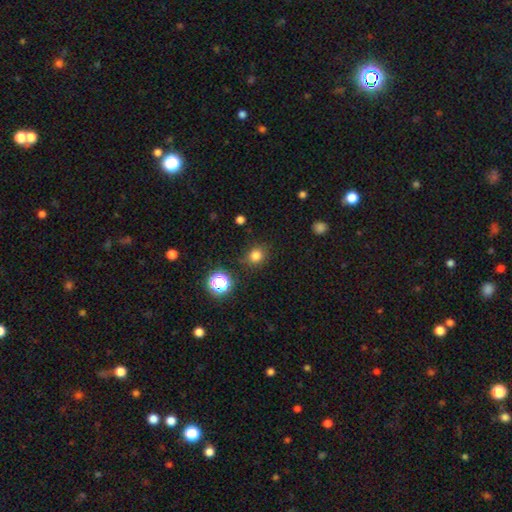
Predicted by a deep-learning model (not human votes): smooth 78%, star or artifact 17%, featured or disk 5%. Down the decision tree: how rounded — round (82%); merging — none (83%).